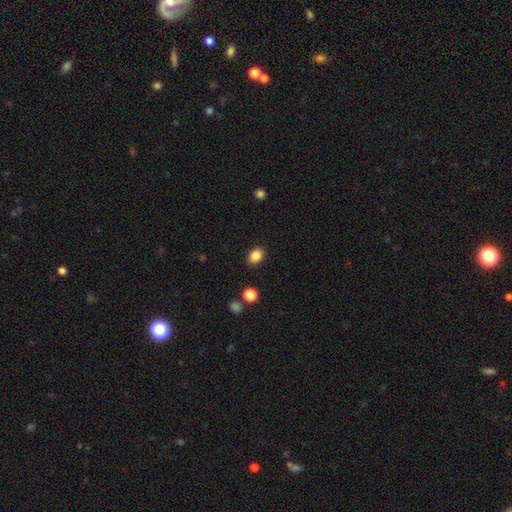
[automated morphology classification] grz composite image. It shows a smooth galaxy with no disk features (86%) that is in between round and cigar-shaped (65%). Merging: none (88%).